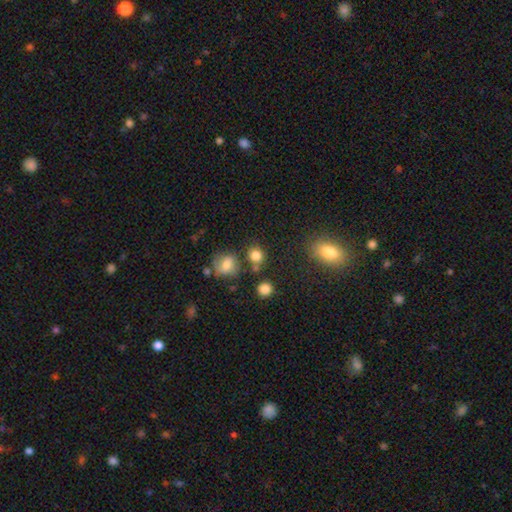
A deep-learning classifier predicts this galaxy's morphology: type=smooth (81%); roundness=round (80%); merging=none (70%).